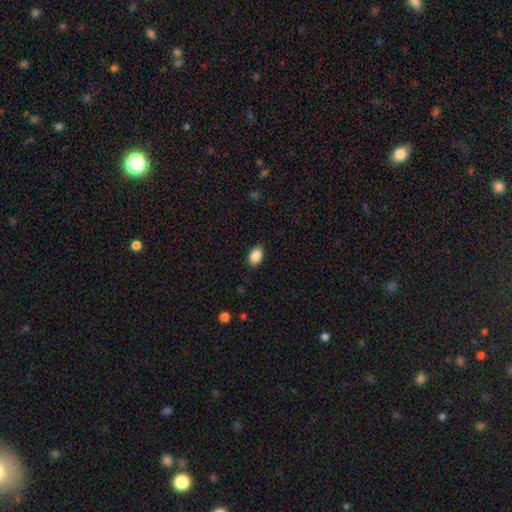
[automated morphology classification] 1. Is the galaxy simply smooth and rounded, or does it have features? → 88% smooth, 8% star or artifact, 4% featured or disk.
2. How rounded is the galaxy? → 85% in between, 13% round, 1% cigar-shaped.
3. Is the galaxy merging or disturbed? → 87% none, 10% minor disturbance, 2% major disturbance, 1% merger.